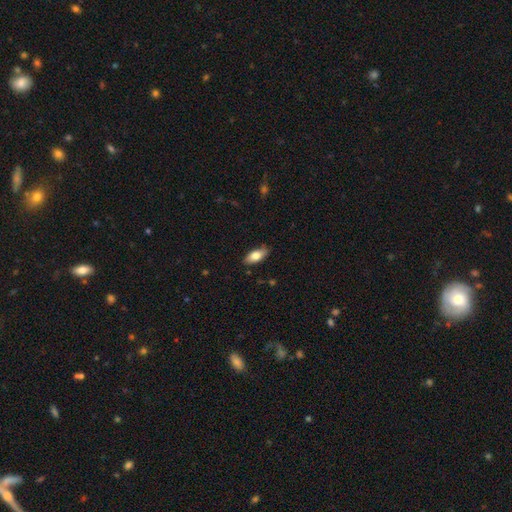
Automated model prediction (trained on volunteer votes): smooth_or_featured: smooth (p=0.77) [alt: featured or disk p=0.16]
how_rounded: in between (p=0.85) [alt: cigar-shaped p=0.13]
merging: none (p=0.84) [alt: minor disturbance p=0.12]